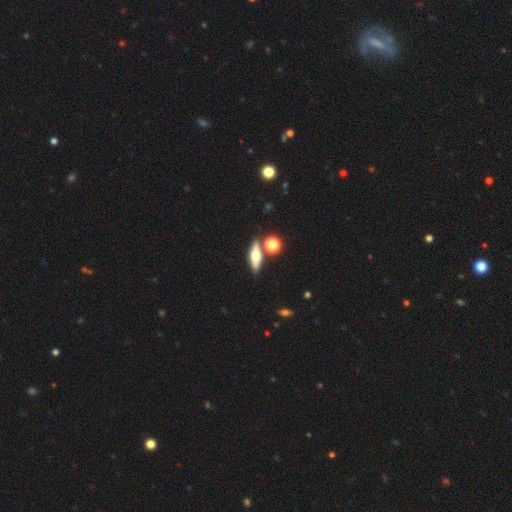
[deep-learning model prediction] Smooth or featured? featured or disk (47%)
Merging? none (78%)